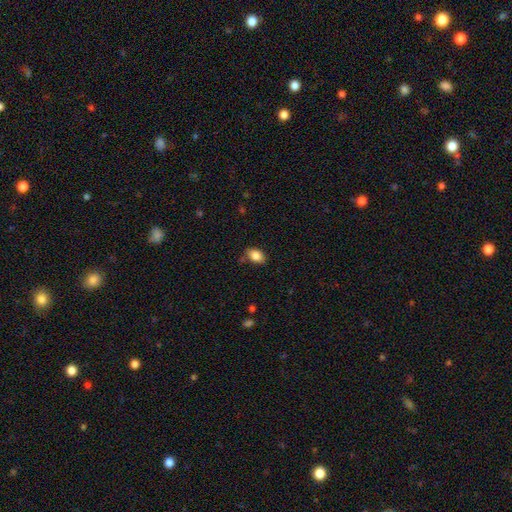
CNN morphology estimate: Smooth or featured? Predicted: smooth (p=0.85). How rounded? Predicted: in between (p=0.87). Merging? Predicted: none (p=0.77).